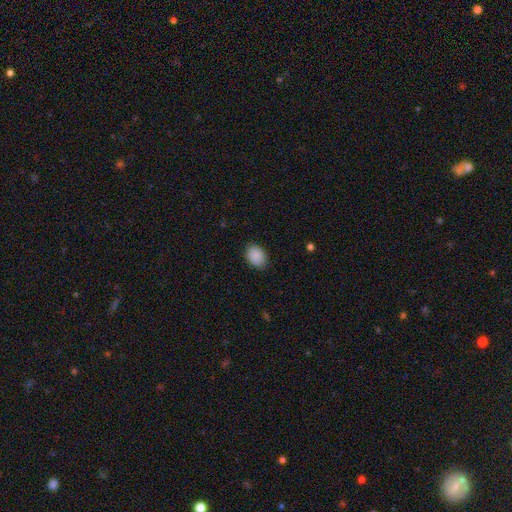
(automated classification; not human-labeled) Smooth or featured?
  - smooth: 90% *
  - star or artifact: 7%
  - featured or disk: 3%
How rounded?
  - in between: 75% *
  - round: 24%
  - cigar-shaped: 1%
Merging?
  - none: 84% *
  - minor disturbance: 12%
  - major disturbance: 3%
  - merger: 1%